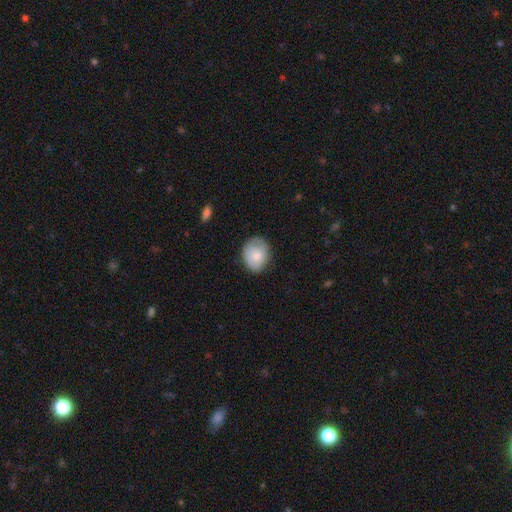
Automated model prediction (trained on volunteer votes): Q: Smooth or featured?
A: smooth (75%); runner-up: featured or disk (18%)
Q: How rounded?
A: round (55%); runner-up: in between (44%)
Q: Merging?
A: none (72%); runner-up: minor disturbance (22%)